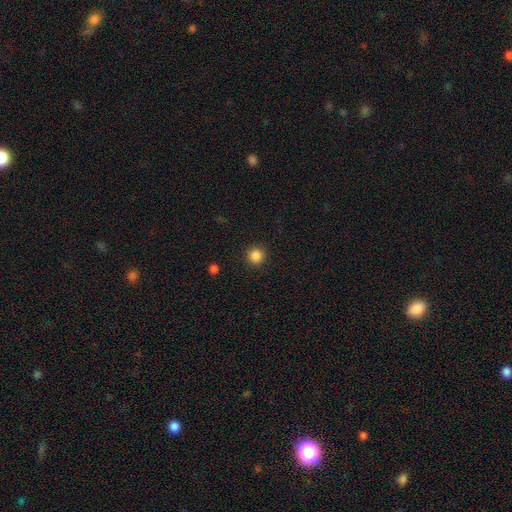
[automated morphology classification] smooth 86%, star or artifact 11%, featured or disk 3%. Down the decision tree: how rounded — round (94%); merging — none (92%).